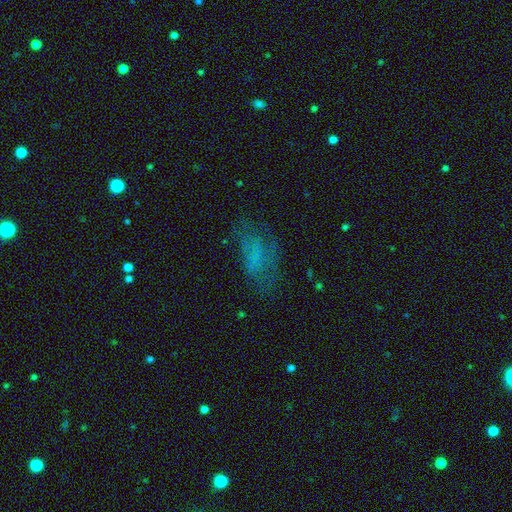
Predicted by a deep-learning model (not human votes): This is possibly a smooth galaxy (53%). How rounded: clearly in between (85%). Merging: possibly none (55%).